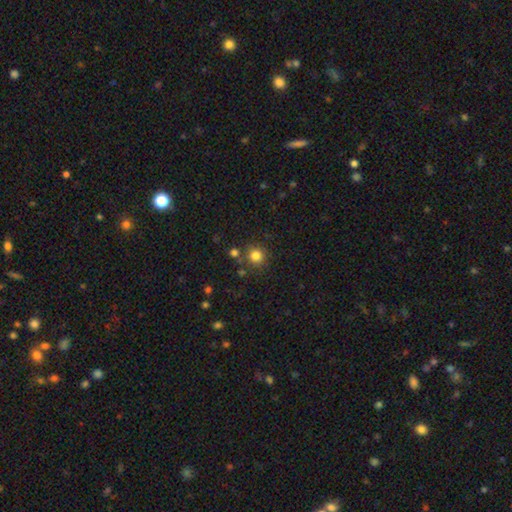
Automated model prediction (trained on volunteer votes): This appears to be a smooth galaxy with no disk features (81%) that is round (91%). Merging: none (79%).